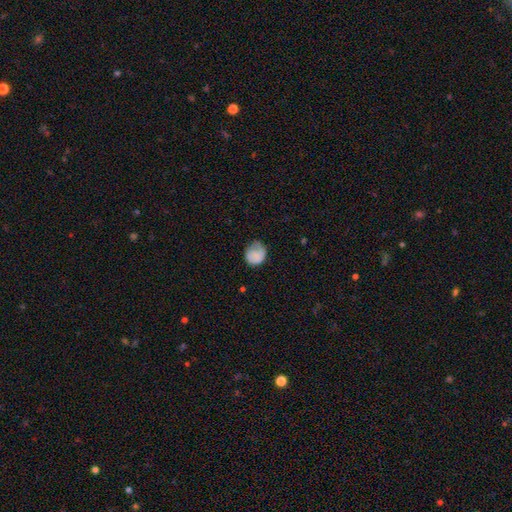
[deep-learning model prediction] Morphology: type=smooth (77%); roundness=round (75%); merging=none (52%).